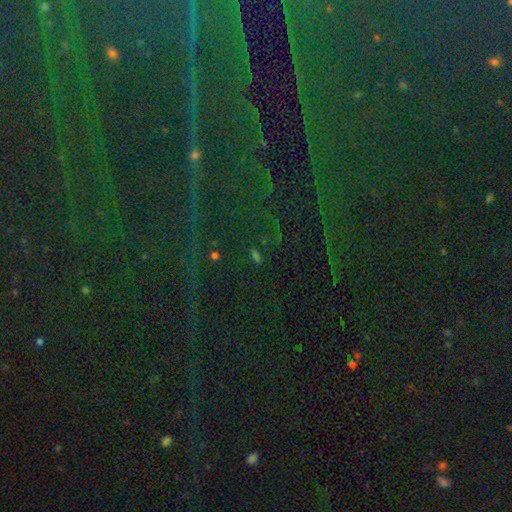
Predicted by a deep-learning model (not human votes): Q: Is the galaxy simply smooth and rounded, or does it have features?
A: star or artifact — 71%.